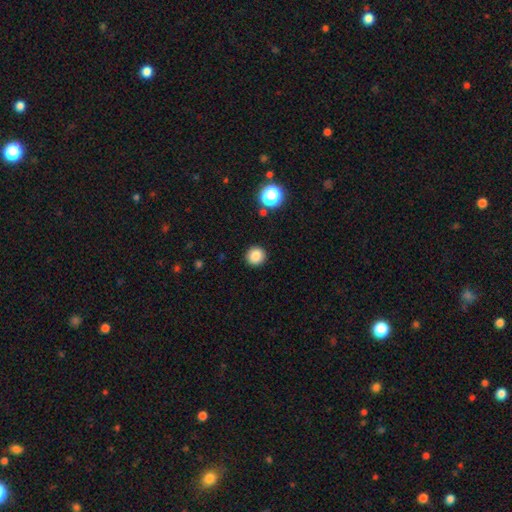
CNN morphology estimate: Smooth or featured? Predicted: smooth (p=0.85). How rounded? Predicted: round (p=0.94). Merging? Predicted: none (p=0.92).